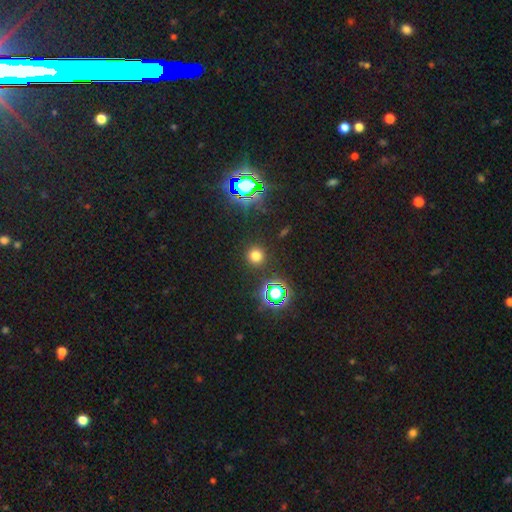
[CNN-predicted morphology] smooth_or_featured: smooth (p=0.67) [alt: star or artifact p=0.27]
how_rounded: round (p=0.94) [alt: in between p=0.05]
merging: none (p=0.90) [alt: minor disturbance p=0.05]